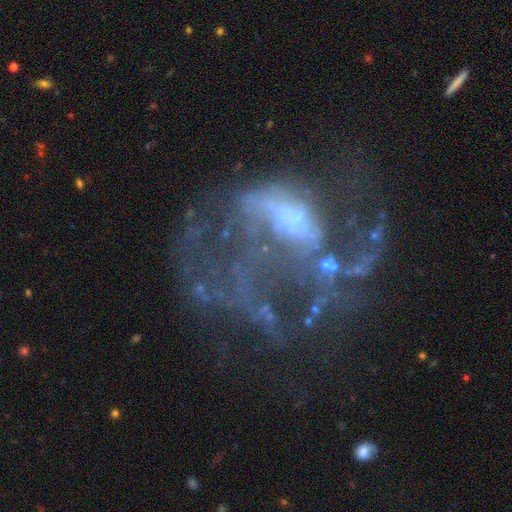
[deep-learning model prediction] A featured or disk galaxy (73%) with no bar (69%), spiral arms (51%) and no central bulge (36%, tied with small). Merging: major disturbance (51%).